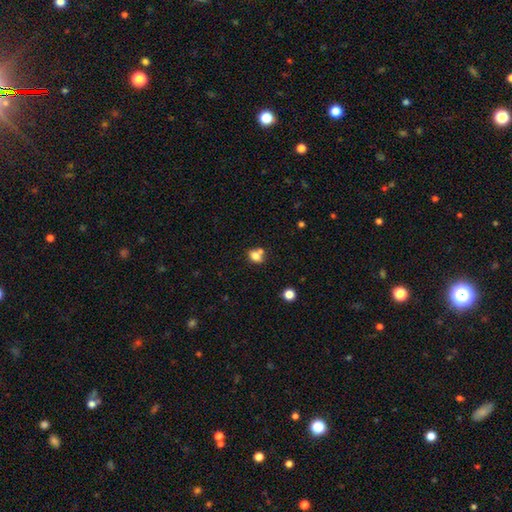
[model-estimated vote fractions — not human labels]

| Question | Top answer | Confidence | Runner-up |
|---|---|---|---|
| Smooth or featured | smooth | 76% | featured or disk (13%) |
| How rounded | in between | 58% | round (41%) |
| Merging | none | 48% | merger (36%) |